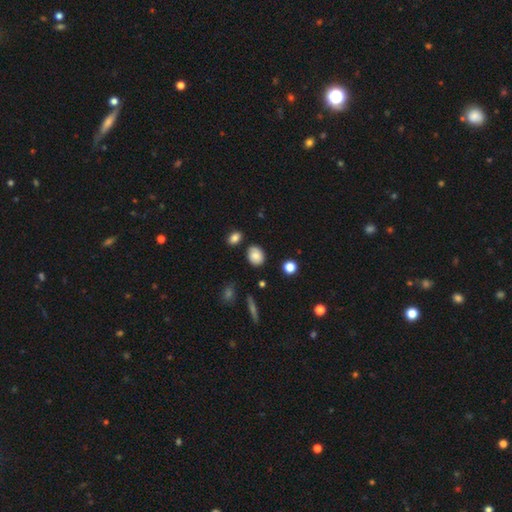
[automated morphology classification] A smooth galaxy with no disk features (82%) that is in between round and cigar-shaped (52%).

Vote fractions:
- Smooth or featured? smooth: 82% / star or artifact: 9% / featured or disk: 9%
- How rounded? in between: 52% / round: 46% / cigar-shaped: 2%
- Merging? none: 81% / minor disturbance: 12% / merger: 4% / major disturbance: 3%